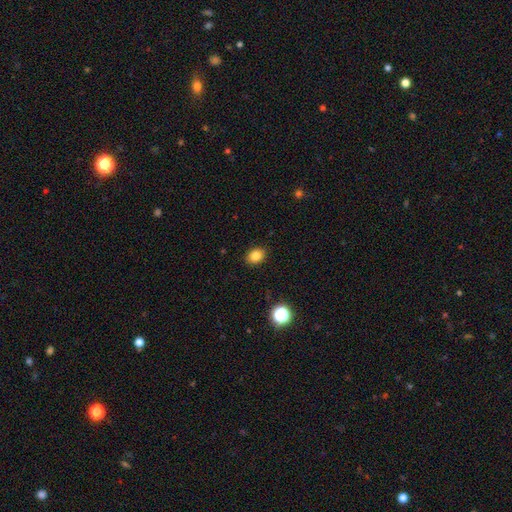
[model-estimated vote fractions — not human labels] This is clearly a smooth galaxy (83%). How rounded: possibly in between (58%). Merging: clearly none (89%).